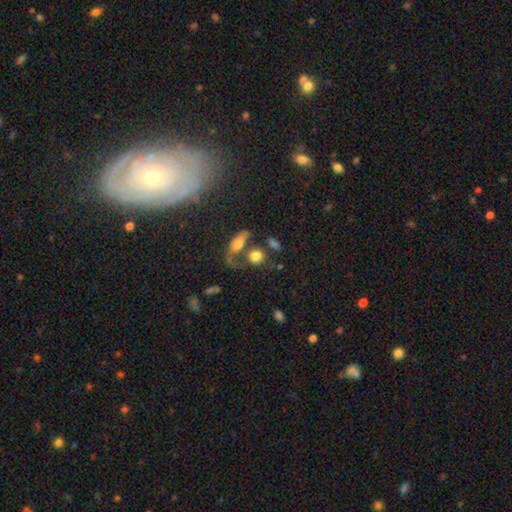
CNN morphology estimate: Smooth or featured? Predicted: smooth (p=0.76). How rounded? Predicted: round (p=0.65). Merging? Predicted: none (p=0.43).